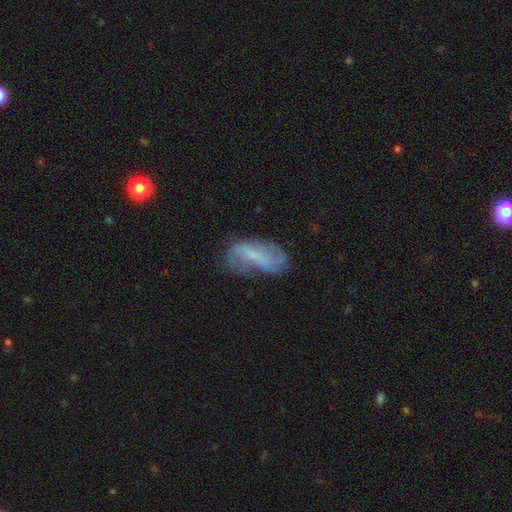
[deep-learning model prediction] featured or disk 46%, smooth 44%, star or artifact 9%. Down the decision tree: merging — none (53%).